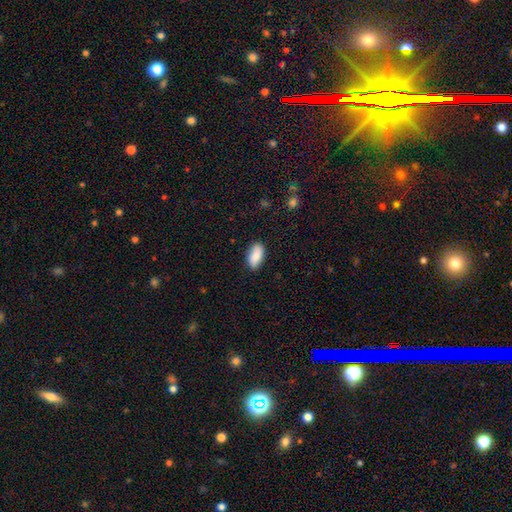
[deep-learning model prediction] smooth 87%, featured or disk 6%, star or artifact 6%. Down the decision tree: how rounded — in between (92%); merging — none (86%).